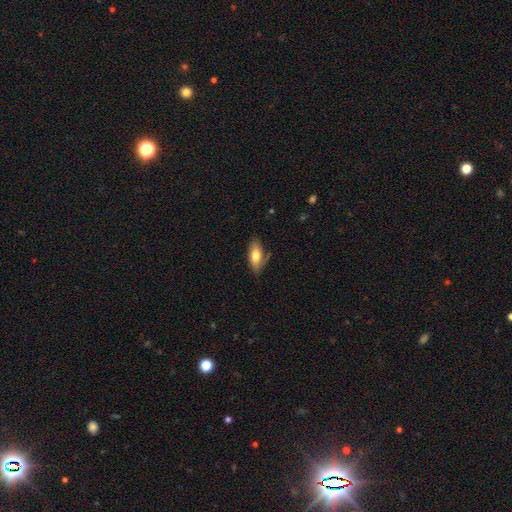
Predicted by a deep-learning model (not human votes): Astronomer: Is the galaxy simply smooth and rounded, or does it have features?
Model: smooth — 67%.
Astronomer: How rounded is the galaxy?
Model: in between — 83%.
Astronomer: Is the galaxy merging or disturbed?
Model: none — 64%.